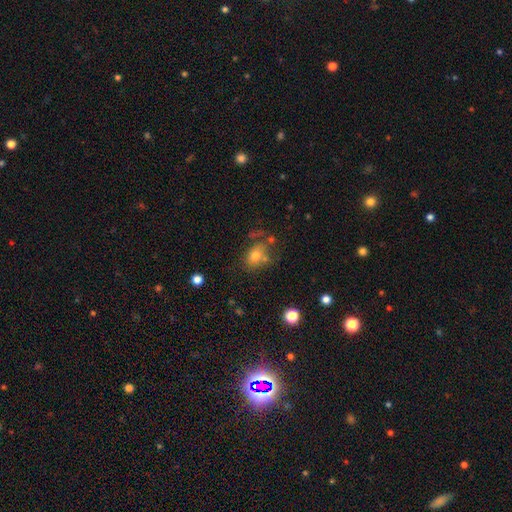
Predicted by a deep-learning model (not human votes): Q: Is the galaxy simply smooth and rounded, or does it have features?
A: smooth — 74%.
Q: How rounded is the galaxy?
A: in between — 63%.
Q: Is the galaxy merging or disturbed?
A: none — 56%.